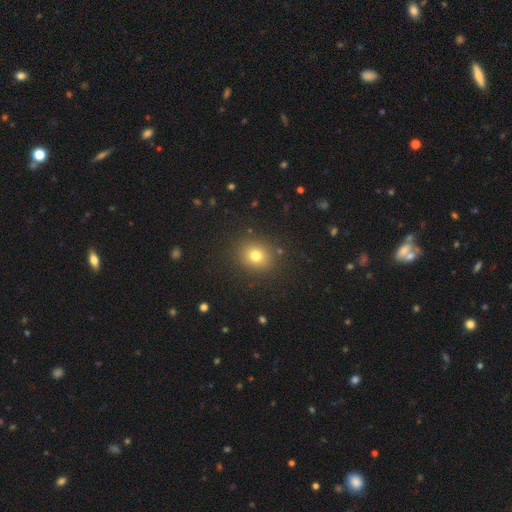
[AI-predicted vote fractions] Morphology: type=smooth (76%); roundness=round (77%); merging=none (88%).